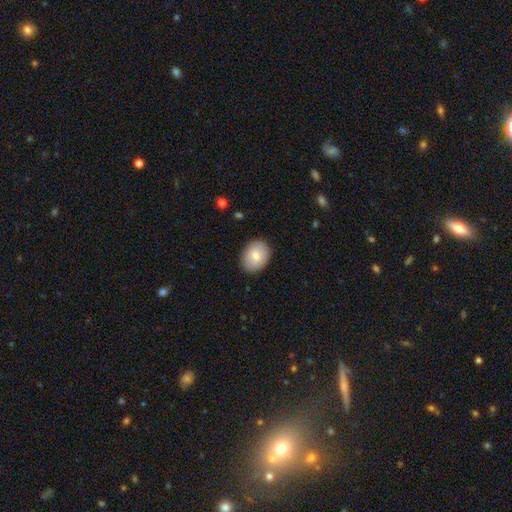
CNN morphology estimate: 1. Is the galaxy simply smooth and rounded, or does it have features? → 80% smooth, 13% featured or disk, 7% star or artifact.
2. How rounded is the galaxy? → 64% in between, 35% round, 1% cigar-shaped.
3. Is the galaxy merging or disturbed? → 88% none, 9% minor disturbance, 2% major disturbance, 1% merger.